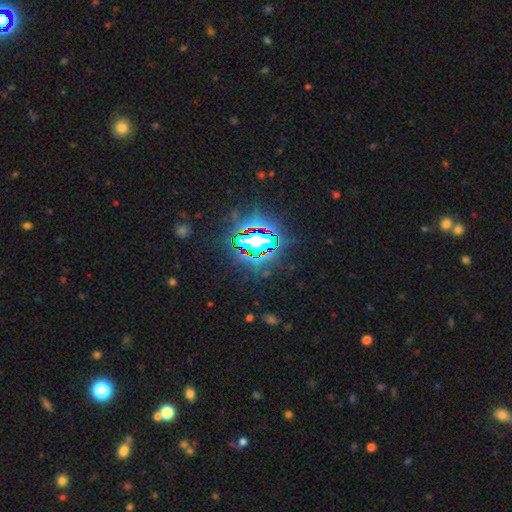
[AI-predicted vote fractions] This appears to be a star or artifact, not a galaxy (76%).